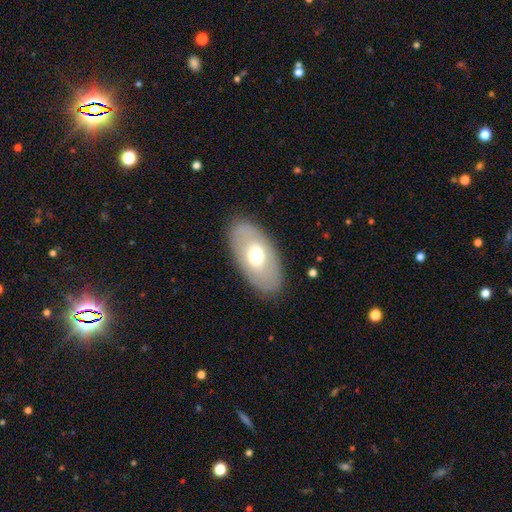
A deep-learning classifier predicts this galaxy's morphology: This is possibly a smooth galaxy (55%). How rounded: clearly in between (93%). Merging: clearly none (85%).